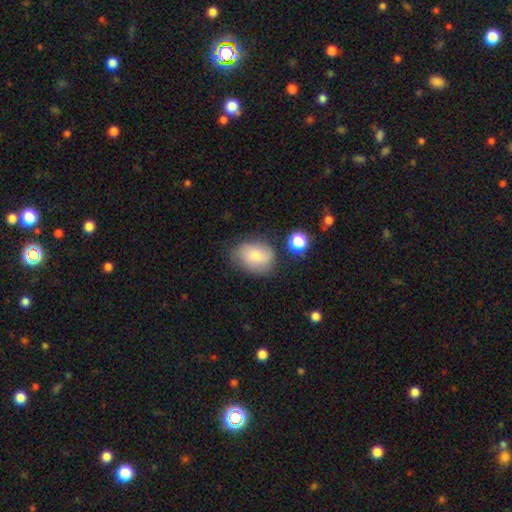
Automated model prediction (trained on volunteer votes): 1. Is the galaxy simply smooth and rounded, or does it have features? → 73% smooth, 18% featured or disk, 9% star or artifact.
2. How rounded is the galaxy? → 65% in between, 34% round, 1% cigar-shaped.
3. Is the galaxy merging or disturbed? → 64% none, 23% minor disturbance, 8% major disturbance, 4% merger.